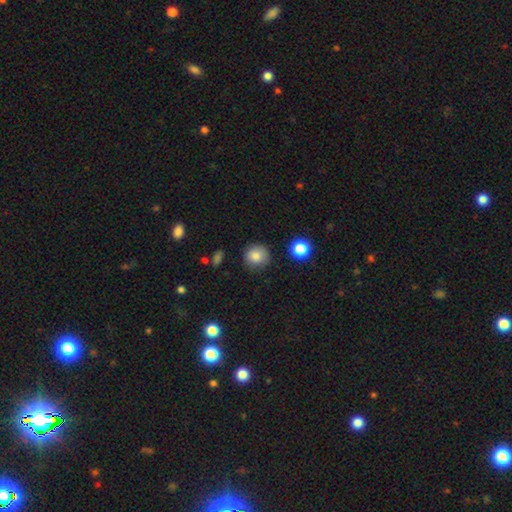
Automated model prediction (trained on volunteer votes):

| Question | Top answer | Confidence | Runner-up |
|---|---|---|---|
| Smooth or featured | smooth | 84% | star or artifact (10%) |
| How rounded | round | 91% | in between (8%) |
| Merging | none | 83% | minor disturbance (12%) |